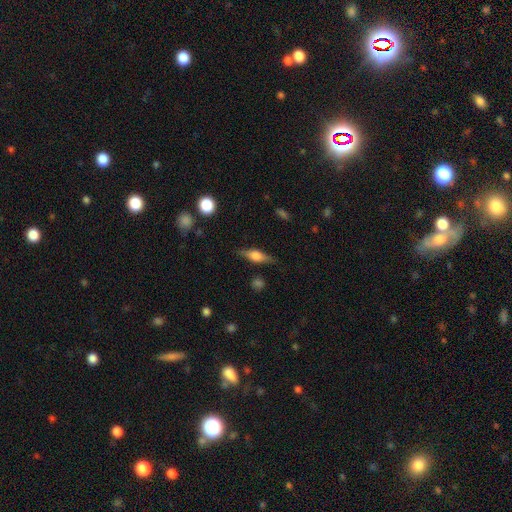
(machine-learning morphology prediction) featured or disk 60%, smooth 33%, star or artifact 7%. Down the decision tree: edge-on disk — yes (95%); edge-on bulge — rounded (82%); merging — none (82%).